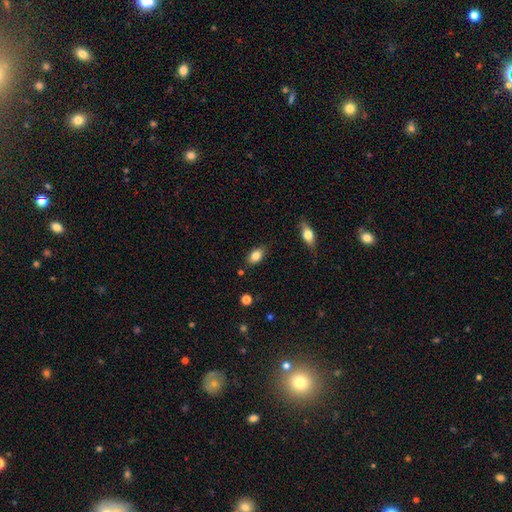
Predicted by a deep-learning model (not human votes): This is clearly a smooth galaxy (82%). How rounded: clearly in between (88%). Merging: clearly none (82%).